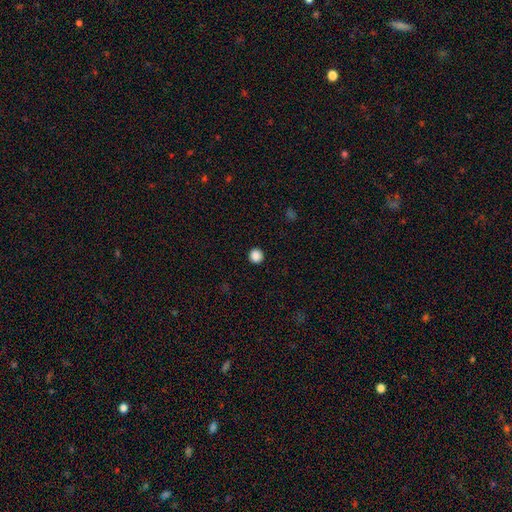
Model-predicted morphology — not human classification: Smooth or featured?
  - smooth: 87% *
  - star or artifact: 10%
  - featured or disk: 2%
How rounded?
  - round: 95% *
  - in between: 4%
  - cigar-shaped: 1%
Merging?
  - none: 93% *
  - minor disturbance: 4%
  - major disturbance: 2%
  - merger: 1%